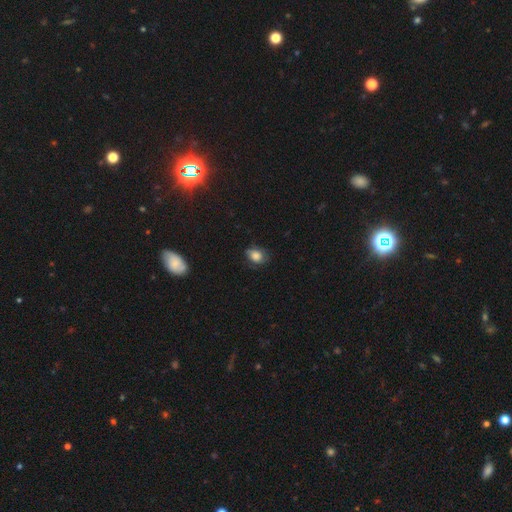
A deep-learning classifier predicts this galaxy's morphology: Smooth or featured: smooth — 76% (featured or disk — 14%)
How rounded: in between — 58% (round — 41%)
Merging: none — 64% (minor disturbance — 26%)